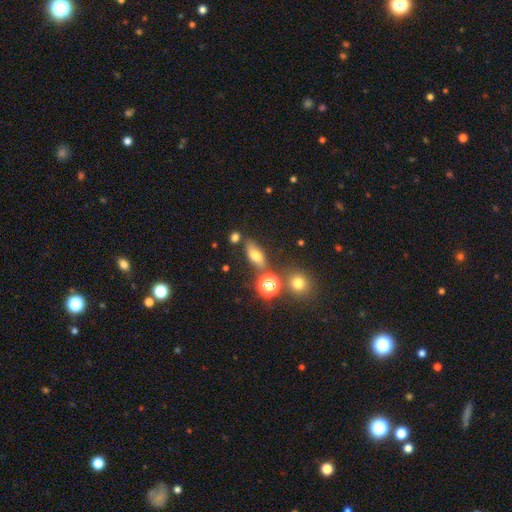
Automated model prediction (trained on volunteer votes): smooth 65%, featured or disk 19%, star or artifact 16%. Down the decision tree: how rounded — in between (70%); merging — none (71%).